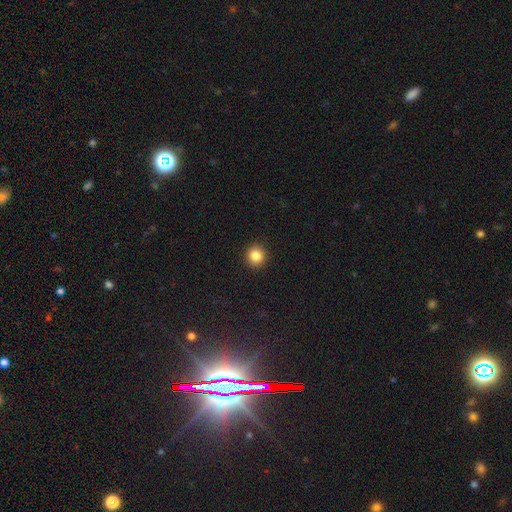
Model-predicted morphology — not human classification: type=smooth (85%); roundness=round (93%); merging=none (92%).